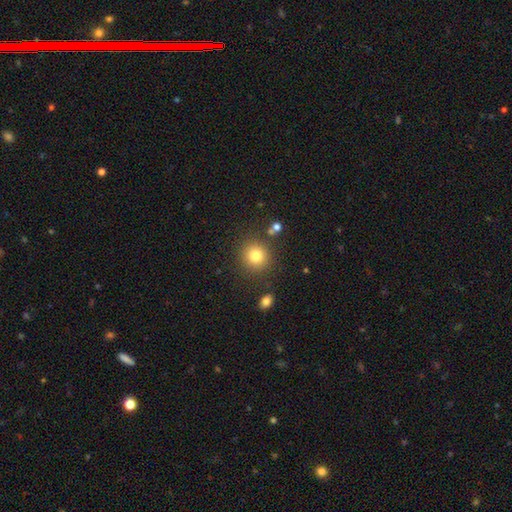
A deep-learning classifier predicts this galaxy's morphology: smooth 80%, star or artifact 12%, featured or disk 8%. Down the decision tree: how rounded — round (91%); merging — none (85%).